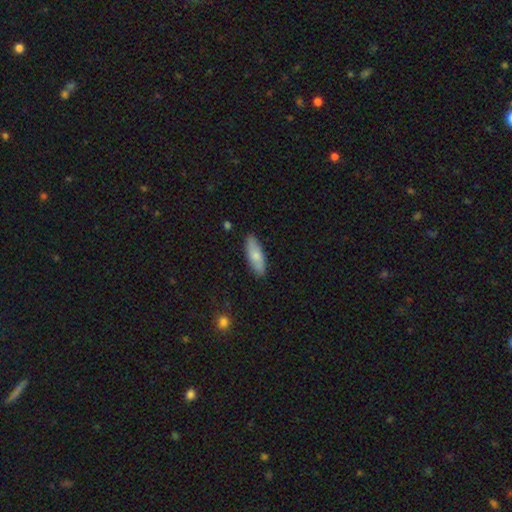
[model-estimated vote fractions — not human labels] The model was most divided on "how rounded": in between: 66%, cigar-shaped: 32%, round: 2%. More confident: merging — none (86%); smooth or featured — smooth (75%).